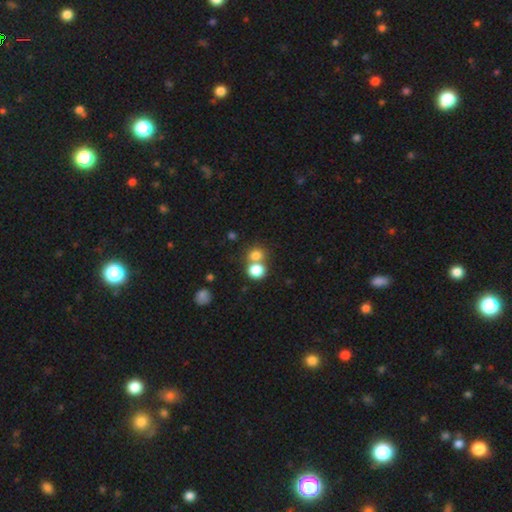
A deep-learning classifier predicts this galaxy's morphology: A smooth galaxy with no disk features (78%) that is round (74%).

Vote fractions:
- Smooth or featured? smooth: 78% / star or artifact: 13% / featured or disk: 9%
- How rounded? round: 74% / in between: 25% / cigar-shaped: 1%
- Merging? merger: 45% (tied) / none: 45% (tied) / minor disturbance: 7% / major disturbance: 3%